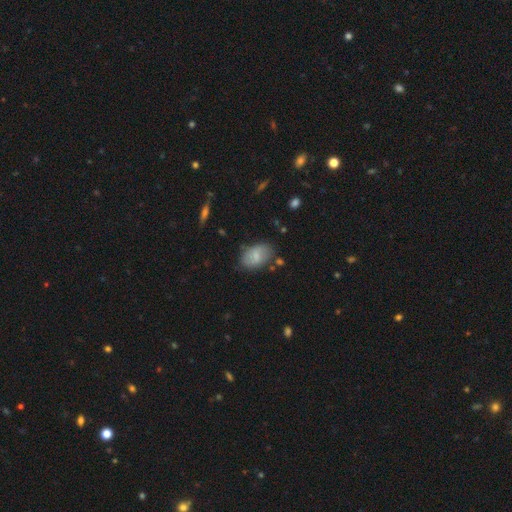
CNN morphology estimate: This is likely a smooth galaxy (69%). How rounded: clearly in between (89%). Merging: likely none (74%).